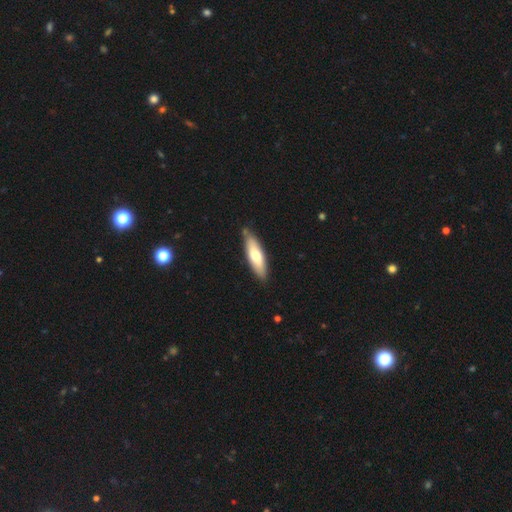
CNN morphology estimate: Smooth or featured? smooth (63%)
How rounded? cigar-shaped (56%)
Merging? none (82%)